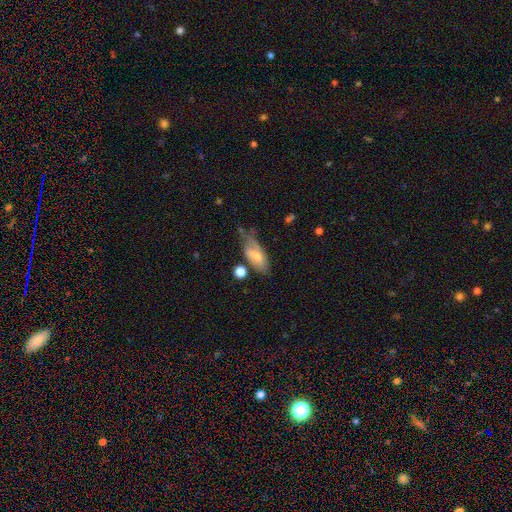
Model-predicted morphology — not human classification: This appears to be a smooth galaxy with no disk features (58%) that is in between round and cigar-shaped (80%). Merging: none (39%).